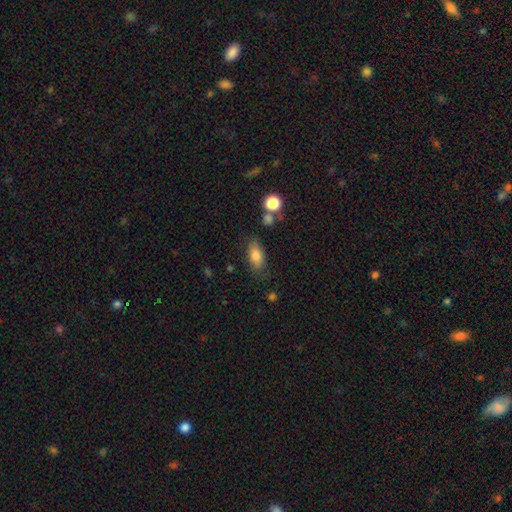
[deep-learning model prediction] Smooth or featured: smooth — 81% (featured or disk — 11%)
How rounded: in between — 85% (cigar-shaped — 8%)
Merging: none — 70% (minor disturbance — 19%)